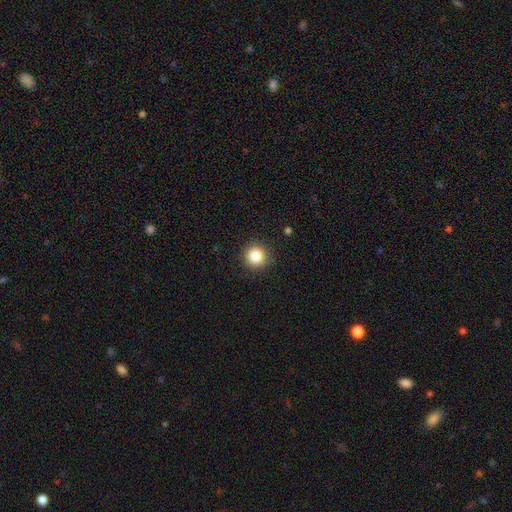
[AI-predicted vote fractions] Smooth or featured?
  - smooth: 84% *
  - star or artifact: 11%
  - featured or disk: 5%
How rounded?
  - round: 94% *
  - in between: 5%
  - cigar-shaped: 1%
Merging?
  - none: 90% *
  - minor disturbance: 7%
  - major disturbance: 2%
  - merger: 1%